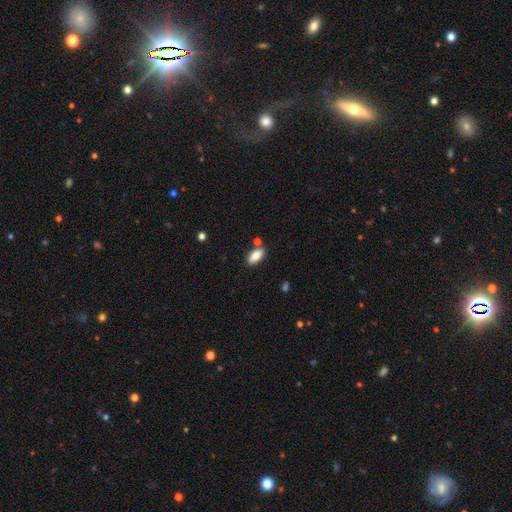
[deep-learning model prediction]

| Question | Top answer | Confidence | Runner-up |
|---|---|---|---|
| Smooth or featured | smooth | 85% | featured or disk (8%) |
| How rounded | in between | 88% | cigar-shaped (9%) |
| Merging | none | 79% | minor disturbance (11%) |